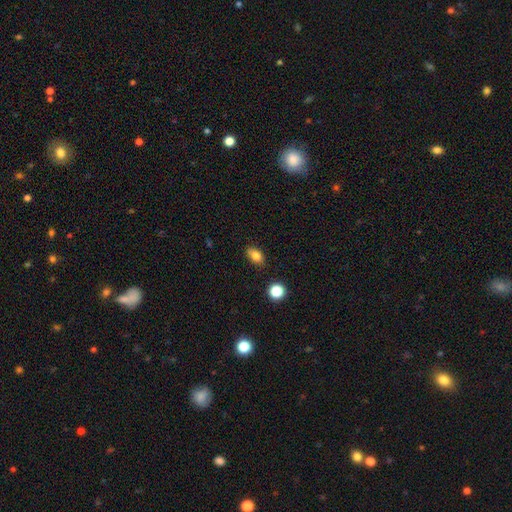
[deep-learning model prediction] Smooth or featured: smooth — 80% (star or artifact — 10%)
How rounded: in between — 83% (round — 13%)
Merging: none — 84% (minor disturbance — 11%)